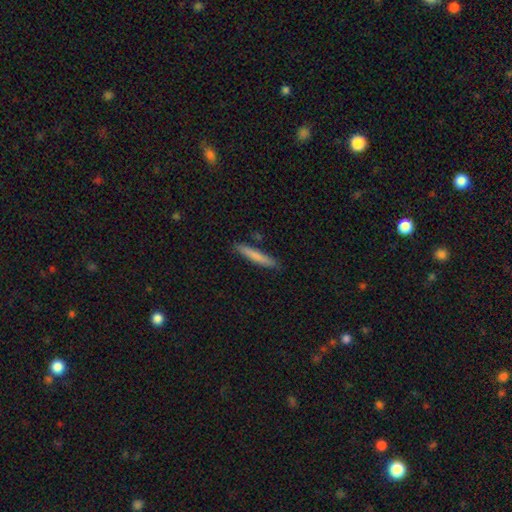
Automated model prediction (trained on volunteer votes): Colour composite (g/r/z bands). It shows a smooth galaxy with no disk features (78%) that is cigar-shaped (94%). Merging: none (87%).